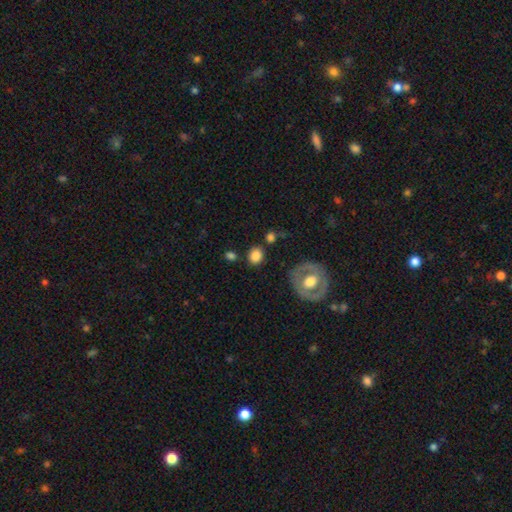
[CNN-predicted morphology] The model was most divided on "how rounded": round: 69%, in between: 30%, cigar-shaped: 1%. More confident: smooth or featured — smooth (81%); merging — none (80%).